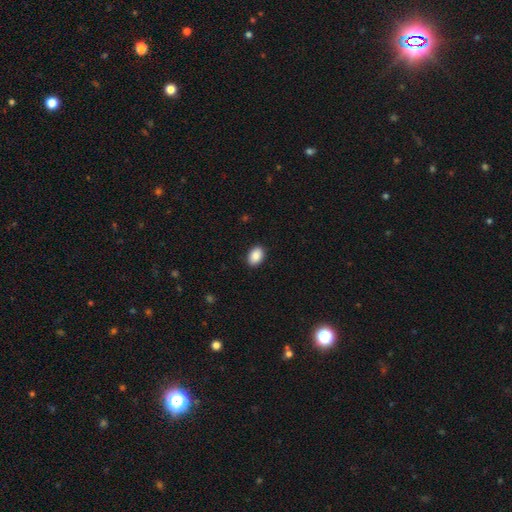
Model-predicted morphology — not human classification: A smooth galaxy with no disk features (88%) that is in between round and cigar-shaped (83%). Merging: none (90%).